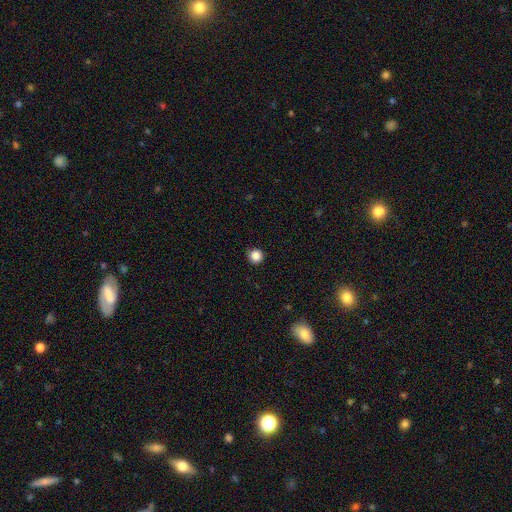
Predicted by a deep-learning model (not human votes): Smooth or featured? Predicted: smooth (p=0.86). How rounded? Predicted: round (p=0.95). Merging? Predicted: none (p=0.91).